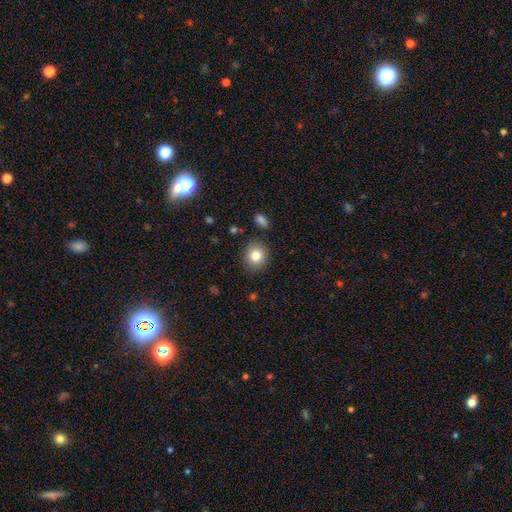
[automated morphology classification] type=smooth (83%); roundness=round (77%); merging=none (86%).